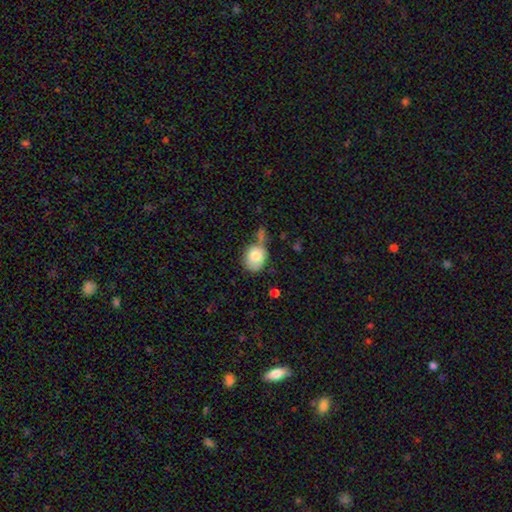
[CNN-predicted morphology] smooth-or-featured: smooth: 80% | featured or disk: 12% | star or artifact: 8%
  how-rounded: in between: 50% | round: 49% | cigar-shaped: 1%
  merging: none: 46% | minor disturbance: 25% | merger: 19% | major disturbance: 10%